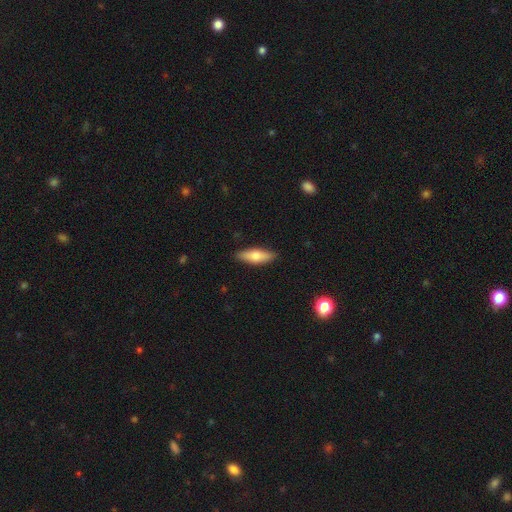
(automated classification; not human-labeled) The model was most divided on "how rounded": in between: 54%, cigar-shaped: 44%, round: 2%. More confident: merging — none (88%); smooth or featured — smooth (67%).